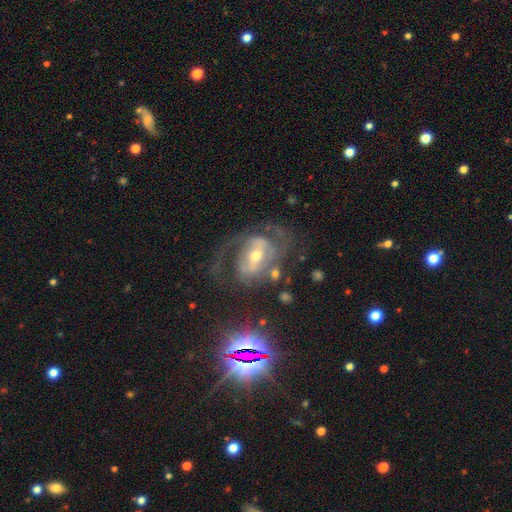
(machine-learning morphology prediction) smooth-or-featured: featured or disk: 82% | smooth: 9% | star or artifact: 9%
  disk-edge-on: no: 96% | yes: 4%
    bar: strong: 45% | weak: 36% | no: 19%
    has-spiral-arms: yes: 88% | no: 12%
      spiral-winding: medium: 50% | loose: 25% | tight: 24%
      spiral-arm-count: 2: 66% | can't tell: 14% | 1: 9% | 3: 7% | 4: 2% | more than 4: 2%
    bulge-size: moderate: 51% | small: 43% | large: 3% | none: 1% | dominant: 1%
  merging: none: 51% | major disturbance: 28% | minor disturbance: 17% | merger: 4%